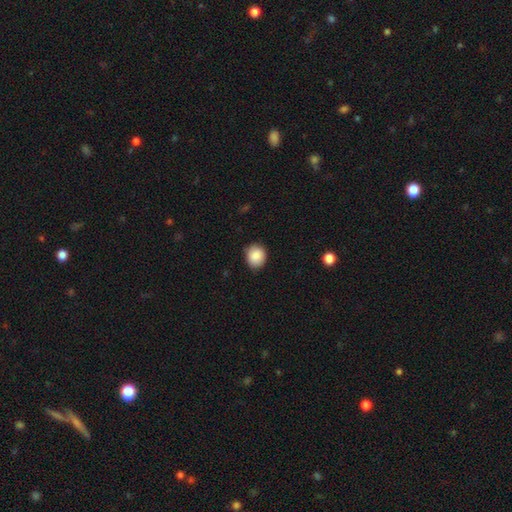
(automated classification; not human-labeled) smooth 88%, star or artifact 8%, featured or disk 4%. Down the decision tree: how rounded — round (76%); merging — none (83%).